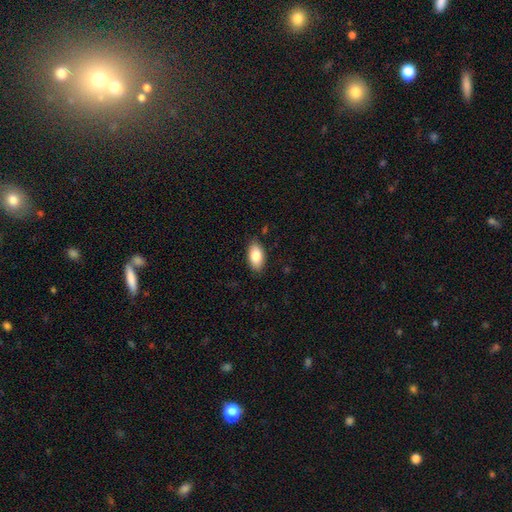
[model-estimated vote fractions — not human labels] This is clearly a smooth galaxy (84%). How rounded: clearly in between (93%). Merging: clearly none (85%).